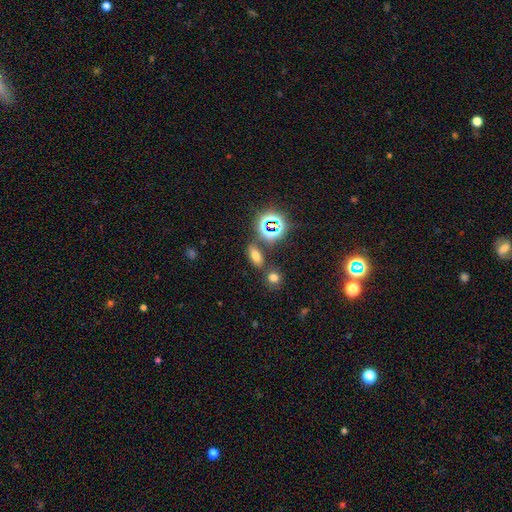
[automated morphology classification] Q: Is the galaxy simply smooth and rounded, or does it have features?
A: smooth — 62%.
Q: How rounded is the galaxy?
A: in between — 77%.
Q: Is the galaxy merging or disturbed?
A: none — 77%.